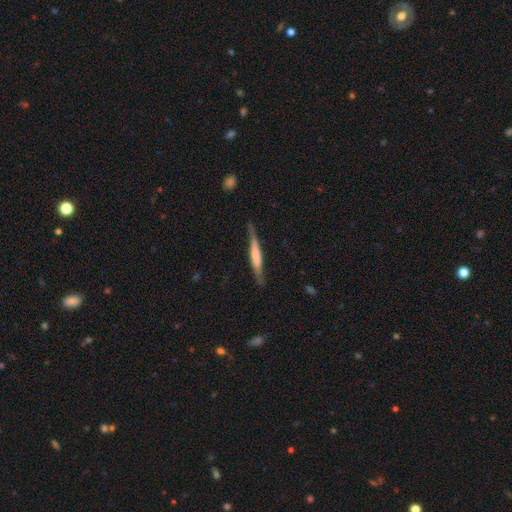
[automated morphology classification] The model was most divided on "smooth or featured": featured or disk: 51%, smooth: 44%, star or artifact: 5%. More confident: edge-on disk — yes (94%); merging — none (79%).